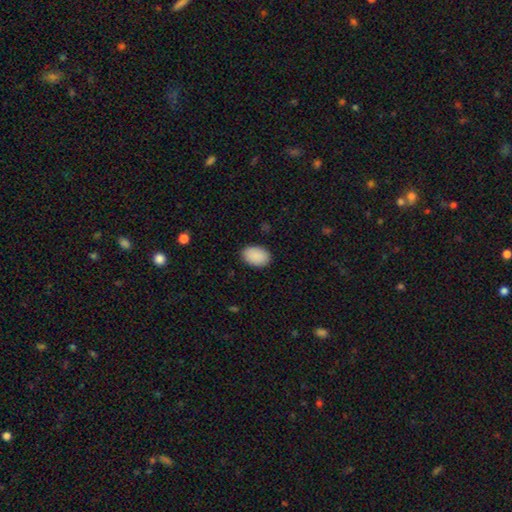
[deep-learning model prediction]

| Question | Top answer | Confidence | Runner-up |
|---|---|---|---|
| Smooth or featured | smooth | 91% | star or artifact (6%) |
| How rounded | in between | 86% | round (13%) |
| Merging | none | 88% | minor disturbance (9%) |